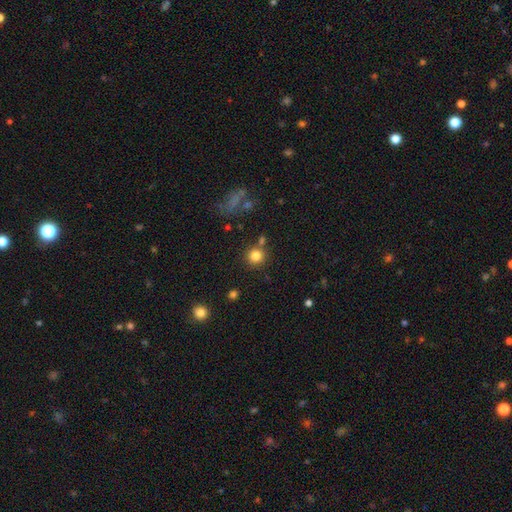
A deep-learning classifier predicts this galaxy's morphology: Q: Smooth or featured?
A: smooth (81%); runner-up: star or artifact (12%)
Q: How rounded?
A: round (93%); runner-up: in between (6%)
Q: Merging?
A: none (79%); runner-up: merger (9%)